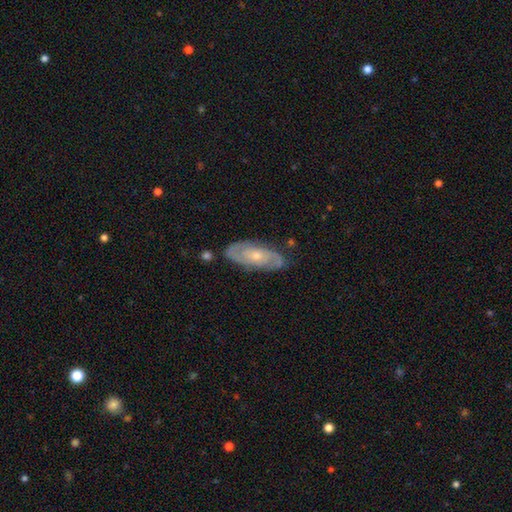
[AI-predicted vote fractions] Smooth or featured: featured or disk — 75% (smooth — 19%)
Edge-on disk: no — 90% (yes — 10%)
Bar: no — 67% (weak — 28%)
Spiral arms: yes — 90% (no — 10%)
Spiral winding: tight — 51% (medium — 38%)
Spiral arm count: 2 — 70% (can't tell — 19%)
Bulge size: small — 56% (moderate — 39%)
Merging: none — 79% (minor disturbance — 15%)